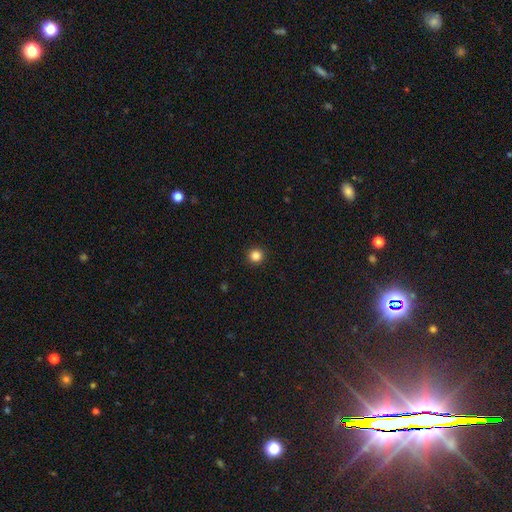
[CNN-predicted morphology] Overall: smooth (85%). How rounded: round (96%). Merging: none (94%).